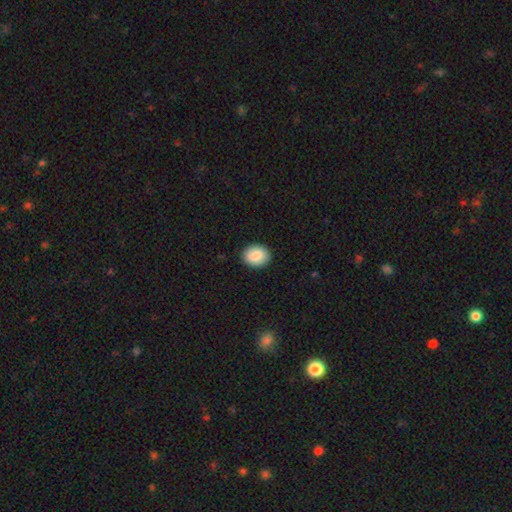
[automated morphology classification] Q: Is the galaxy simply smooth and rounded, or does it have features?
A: smooth — 89%.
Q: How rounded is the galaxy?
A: in between — 55%.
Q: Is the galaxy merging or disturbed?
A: none — 90%.